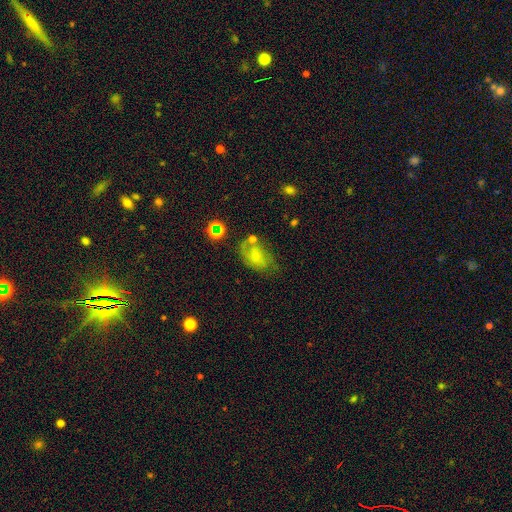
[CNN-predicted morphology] This is possibly a smooth galaxy (46%). Merging: marginally none (43%).